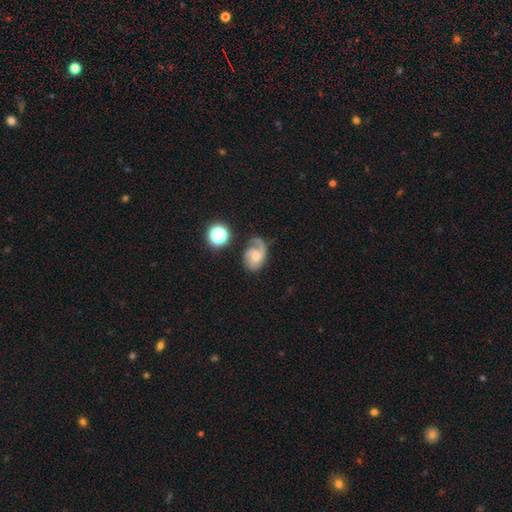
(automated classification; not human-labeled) A featured or disk galaxy (72%) with no bar (64%), 1 (45%) medium (45%) spiral arms (94%) and a small central bulge (41%). Merging: none (50%).